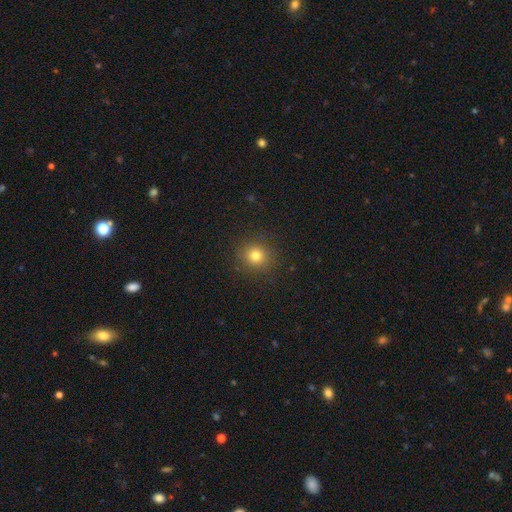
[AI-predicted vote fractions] A smooth galaxy with no disk features (78%) that is round (90%). Merging: none (89%).